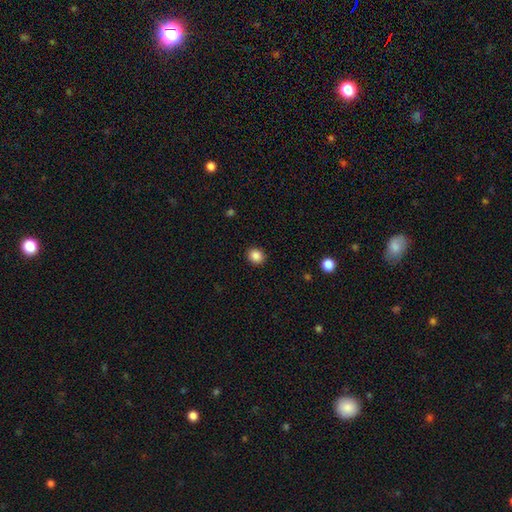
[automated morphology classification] smooth_or_featured: smooth (p=0.87) [alt: star or artifact p=0.10]
how_rounded: round (p=0.74) [alt: in between p=0.25]
merging: none (p=0.91) [alt: minor disturbance p=0.06]